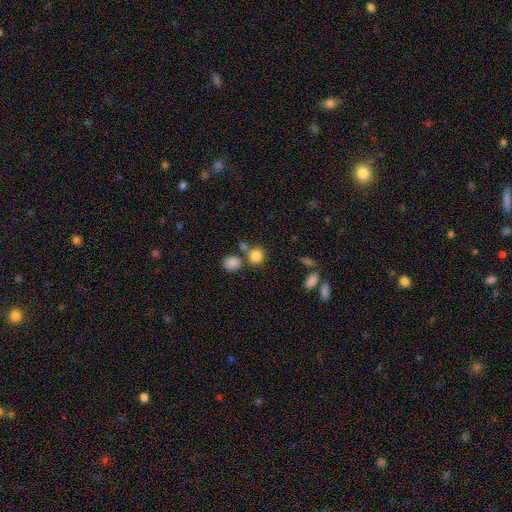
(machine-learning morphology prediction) Smooth or featured? smooth (84%)
How rounded? round (82%)
Merging? none (65%)